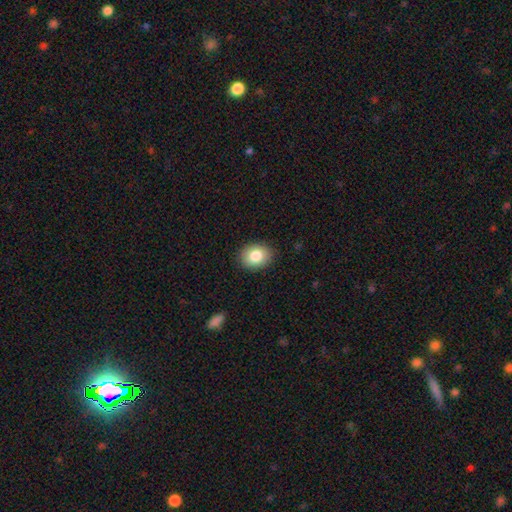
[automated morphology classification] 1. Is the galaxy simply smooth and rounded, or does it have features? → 83% smooth, 9% featured or disk, 8% star or artifact.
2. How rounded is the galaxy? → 55% in between, 44% round, 1% cigar-shaped.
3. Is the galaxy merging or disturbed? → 89% none, 8% minor disturbance, 2% major disturbance, 1% merger.